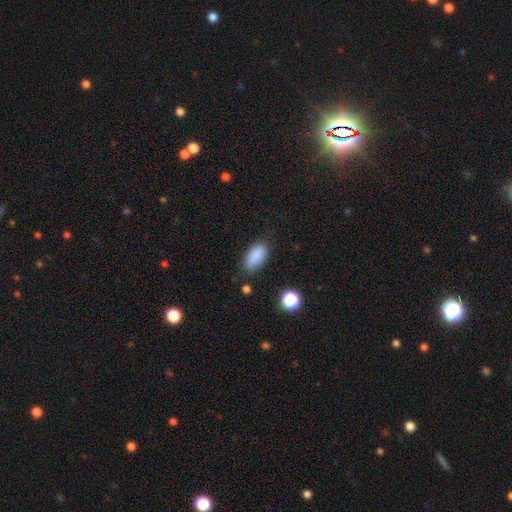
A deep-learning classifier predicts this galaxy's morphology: This appears to be a smooth galaxy with no disk features (86%) that is in between round and cigar-shaped (90%). Merging: none (74%).